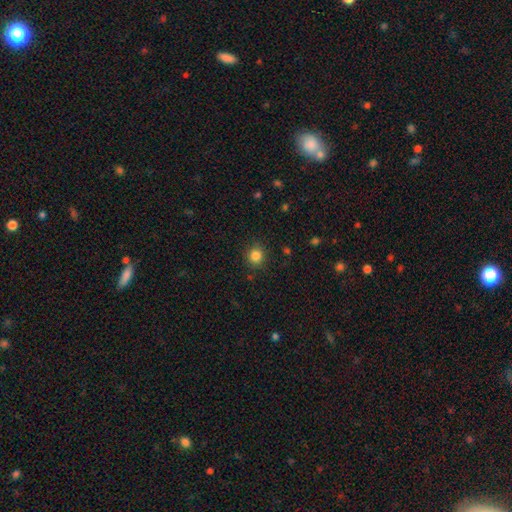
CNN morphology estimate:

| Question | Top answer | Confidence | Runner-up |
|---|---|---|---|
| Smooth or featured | smooth | 84% | star or artifact (12%) |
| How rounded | round | 91% | in between (8%) |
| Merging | none | 88% | minor disturbance (8%) |